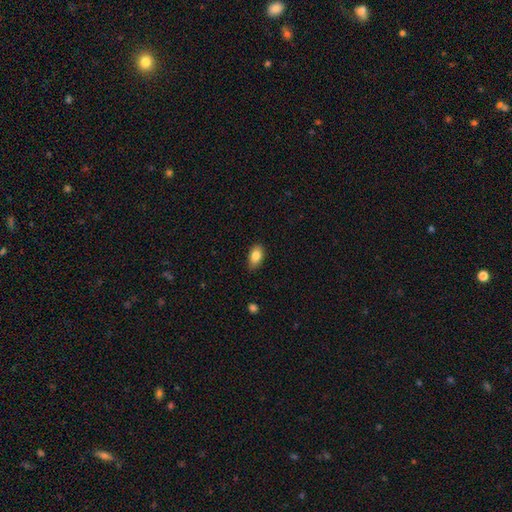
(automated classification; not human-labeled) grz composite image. It shows a smooth galaxy with no disk features (84%) that is in between round and cigar-shaped (89%). Merging: none (83%).